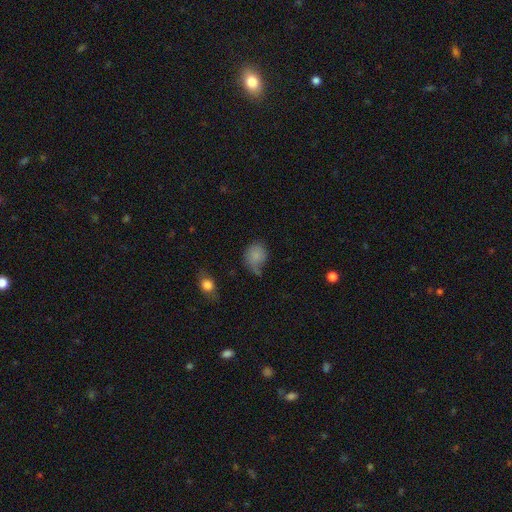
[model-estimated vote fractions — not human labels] Smooth or featured?
  - smooth: 77% *
  - featured or disk: 13%
  - star or artifact: 9%
How rounded?
  - round: 63% *
  - in between: 36%
  - cigar-shaped: 1%
Merging?
  - none: 44% *
  - minor disturbance: 33%
  - major disturbance: 18%
  - merger: 6%